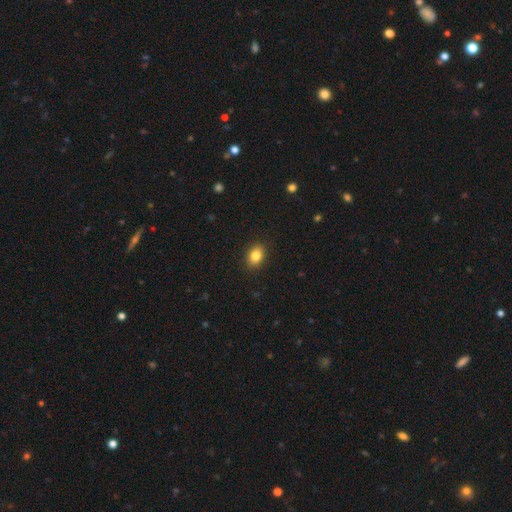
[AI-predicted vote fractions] A smooth galaxy with no disk features (84%) that is in between round and cigar-shaped (72%).

Vote fractions:
- Smooth or featured? smooth: 84% / star or artifact: 10% / featured or disk: 7%
- How rounded? in between: 72% / round: 27% / cigar-shaped: 1%
- Merging? none: 89% / minor disturbance: 8% / major disturbance: 2% / merger: 1%